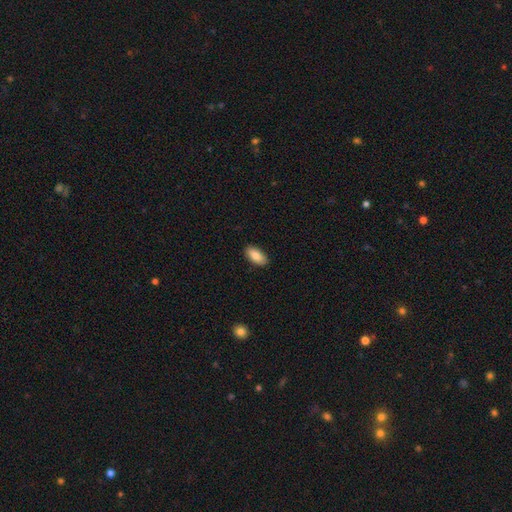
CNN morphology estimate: Q: Smooth or featured?
A: smooth (86%); runner-up: featured or disk (8%)
Q: How rounded?
A: in between (91%); runner-up: cigar-shaped (6%)
Q: Merging?
A: none (89%); runner-up: minor disturbance (9%)